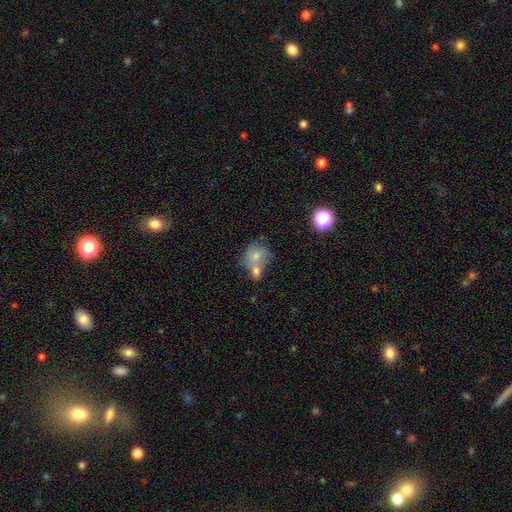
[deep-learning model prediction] Overall: smooth (73%). How rounded: round (68%; in between 31%). Merging: merger (53%; none 31%).